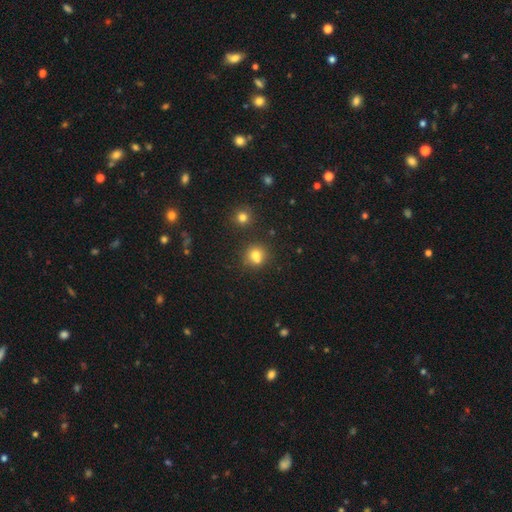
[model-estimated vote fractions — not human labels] Smooth or featured? Predicted: smooth (p=0.75). How rounded? Predicted: round (p=0.82). Merging? Predicted: none (p=0.59).